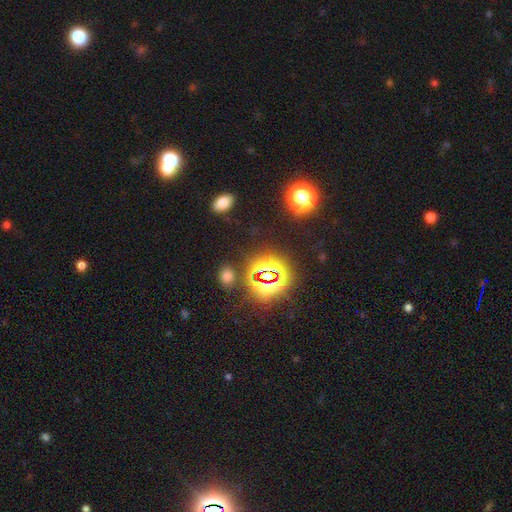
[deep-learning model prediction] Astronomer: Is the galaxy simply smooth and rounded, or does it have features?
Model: star or artifact — 77%.